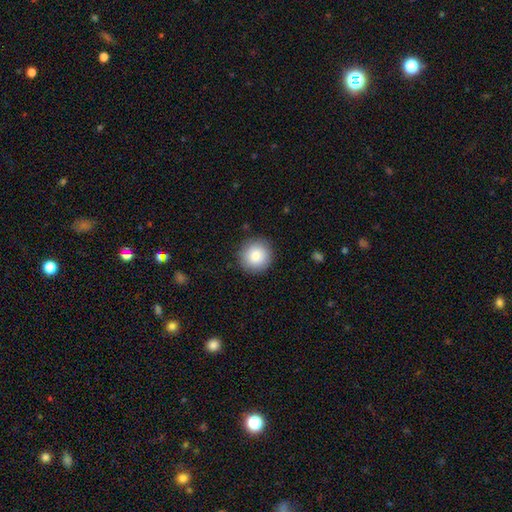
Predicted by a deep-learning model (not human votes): Smooth or featured? Predicted: smooth (p=0.83). How rounded? Predicted: round (p=0.94). Merging? Predicted: none (p=0.90).